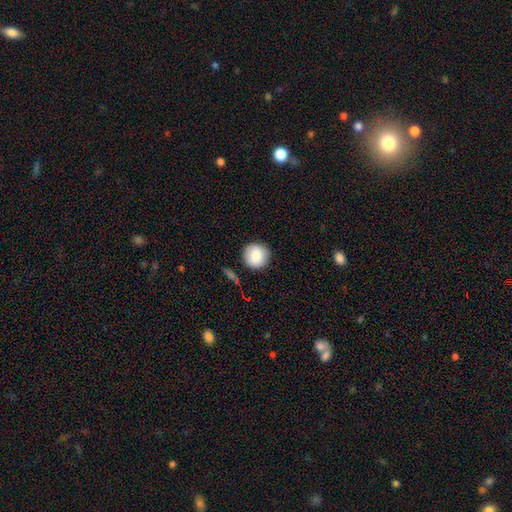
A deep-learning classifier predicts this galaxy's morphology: smooth_or_featured: smooth (p=0.84) [alt: featured or disk p=0.08]
how_rounded: round (p=0.94) [alt: in between p=0.05]
merging: none (p=0.87) [alt: minor disturbance p=0.08]